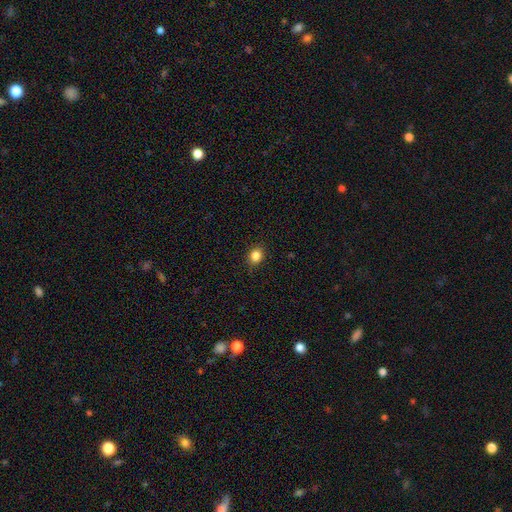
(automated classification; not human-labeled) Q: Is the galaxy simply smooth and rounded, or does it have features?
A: smooth — 85%.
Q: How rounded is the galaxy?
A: round — 62%.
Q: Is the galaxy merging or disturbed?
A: none — 89%.